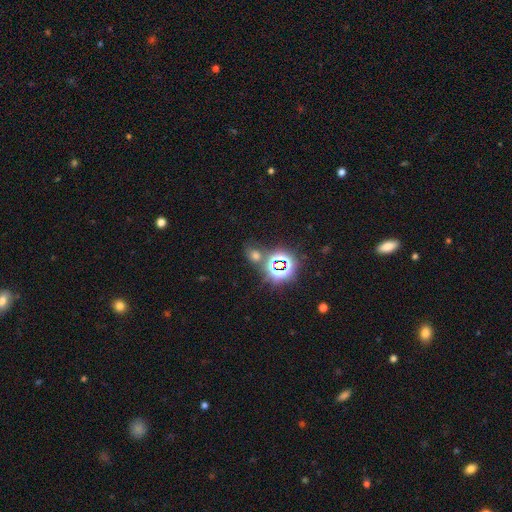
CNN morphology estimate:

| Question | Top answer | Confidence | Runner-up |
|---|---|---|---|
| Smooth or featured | star or artifact | 46% | smooth (45%) |